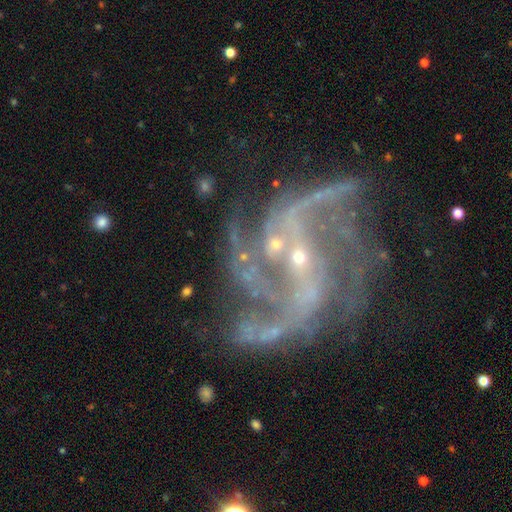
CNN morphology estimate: smooth-or-featured: featured or disk: 90% | star or artifact: 7% | smooth: 3%
  disk-edge-on: no: 98% | yes: 2%
    bar: no: 42% | weak: 35% | strong: 23%
    has-spiral-arms: yes: 97% | no: 3%
      spiral-winding: medium: 51% | loose: 34% | tight: 16%
      spiral-arm-count: 2: 36% | 3: 25% | 4: 13% | can't tell: 11% | more than 4: 8% | 1: 7%
    bulge-size: small: 85% | moderate: 9% | none: 5% | large: 1% | dominant: 1%
  merging: none: 55% | minor disturbance: 20% | major disturbance: 20% | merger: 5%